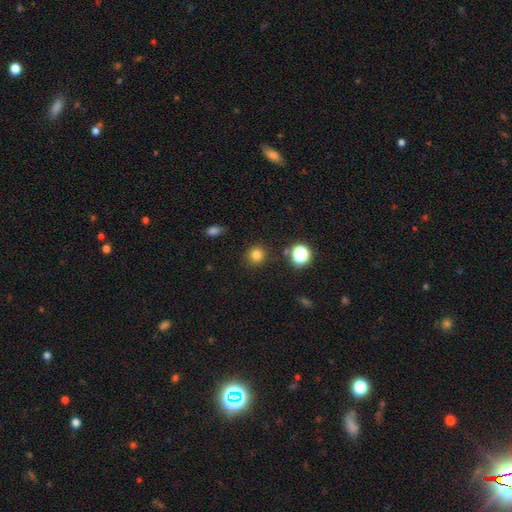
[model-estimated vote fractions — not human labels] A smooth galaxy with no disk features (80%) that is round (90%). Merging: none (87%).